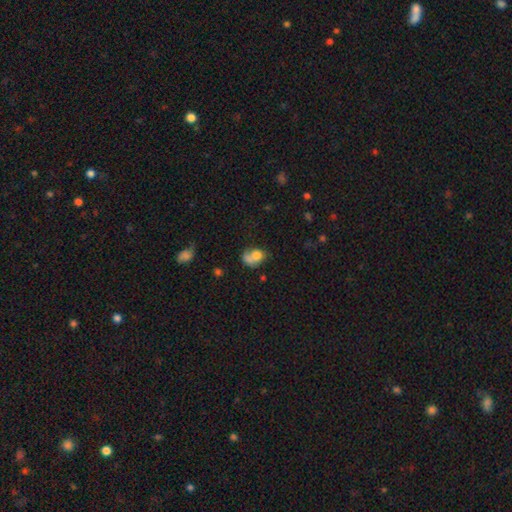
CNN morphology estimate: Q: Smooth or featured?
A: smooth (70%); runner-up: featured or disk (19%)
Q: How rounded?
A: in between (53%); runner-up: round (45%)
Q: Merging?
A: merger (42%); runner-up: none (27%)